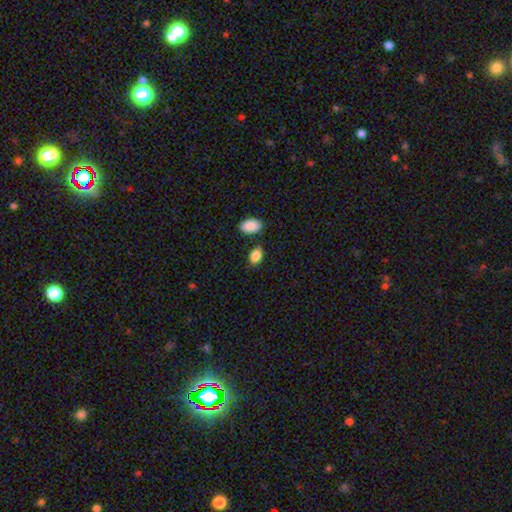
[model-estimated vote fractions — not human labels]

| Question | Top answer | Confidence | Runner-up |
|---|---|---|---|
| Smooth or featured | smooth | 88% | star or artifact (7%) |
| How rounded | in between | 89% | round (10%) |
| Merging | none | 76% | minor disturbance (12%) |